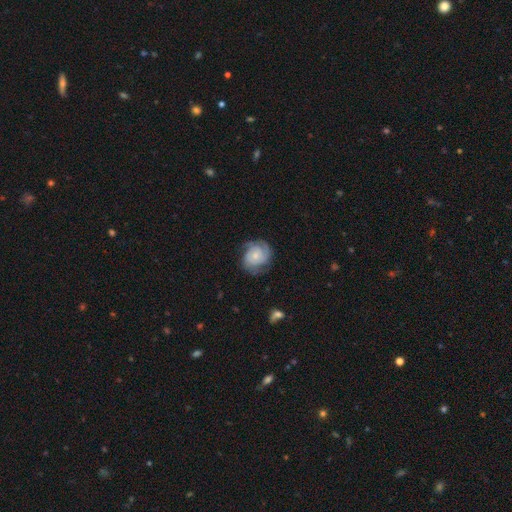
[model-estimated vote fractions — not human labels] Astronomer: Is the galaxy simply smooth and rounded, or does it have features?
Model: featured or disk — 76%.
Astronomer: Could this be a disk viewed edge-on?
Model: no — 98%.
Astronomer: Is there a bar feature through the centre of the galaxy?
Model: no — 73%.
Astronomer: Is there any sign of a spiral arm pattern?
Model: yes — 95%.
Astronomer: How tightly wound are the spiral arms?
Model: tight — 62%.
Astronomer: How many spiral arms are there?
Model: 2 — 47%.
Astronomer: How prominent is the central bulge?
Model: small — 58%.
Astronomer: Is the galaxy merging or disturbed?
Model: none — 69%.